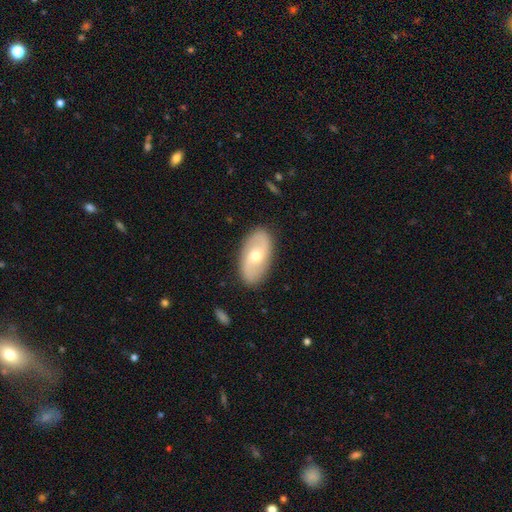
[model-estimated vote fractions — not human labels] Smooth or featured: featured or disk — 70% (smooth — 24%)
Edge-on disk: no — 95% (yes — 5%)
Bar: no — 52% (weak — 39%)
Spiral arms: yes — 88% (no — 12%)
Spiral winding: loose — 45% (medium — 38%)
Spiral arm count: 2 — 89% (can't tell — 6%)
Bulge size: moderate — 66% (small — 29%)
Merging: none — 87% (minor disturbance — 10%)